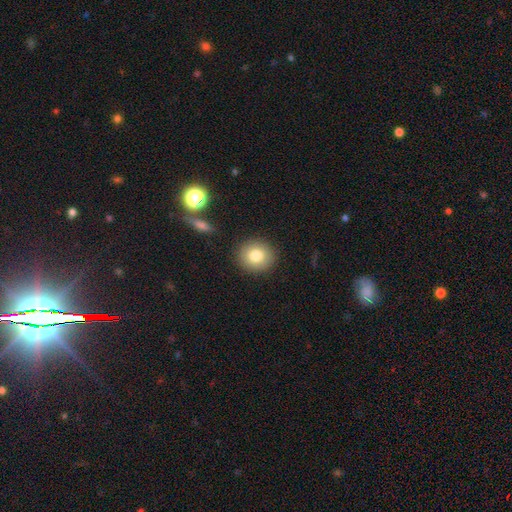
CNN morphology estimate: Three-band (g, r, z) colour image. It shows a smooth galaxy with no disk features (80%) that is round (85%). Merging: none (89%).